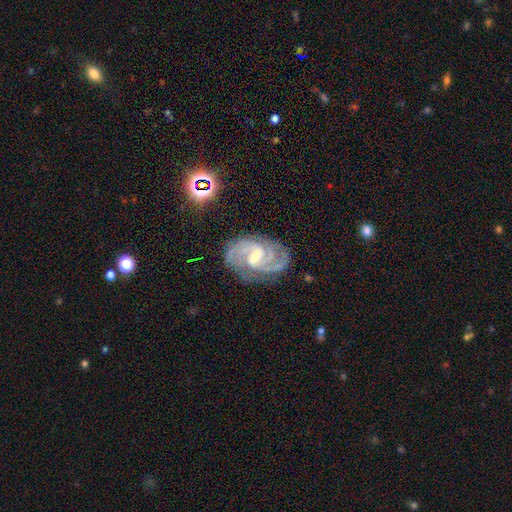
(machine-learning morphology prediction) This is clearly a featured or disk galaxy (91%). It is clearly not viewed edge-on (97%). Bar: possibly weak (57%). Spiral arm pattern: clearly yes (98%). Spiral arm count: marginally 2 (42%). Spiral winding: possibly tight (48%). Central bulge: possibly small (53%). Merging: likely none (78%).